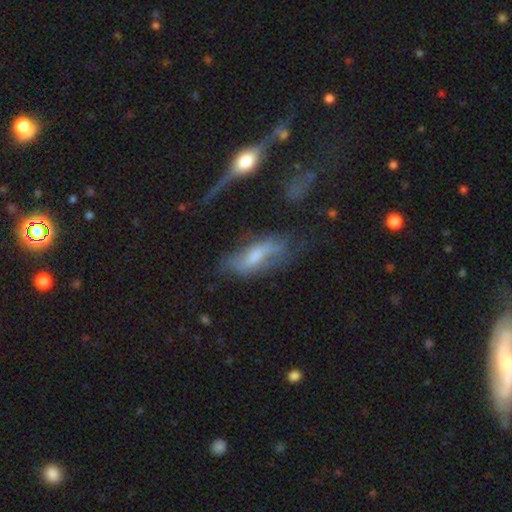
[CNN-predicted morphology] Smooth or featured: featured or disk — 48% (smooth — 43%)
Merging: none — 43% (minor disturbance — 27%)